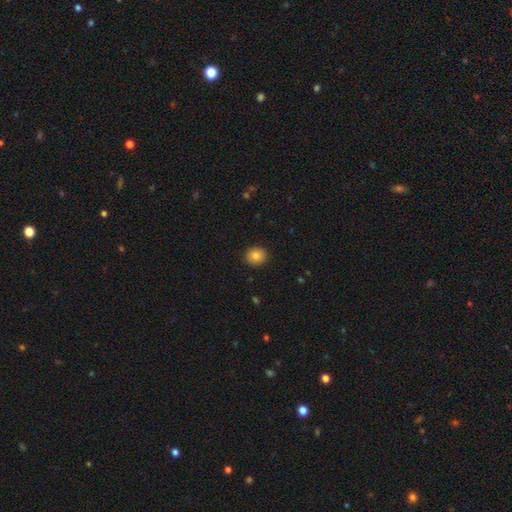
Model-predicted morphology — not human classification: Smooth or featured? Predicted: smooth (p=0.84). How rounded? Predicted: round (p=0.82). Merging? Predicted: none (p=0.91).